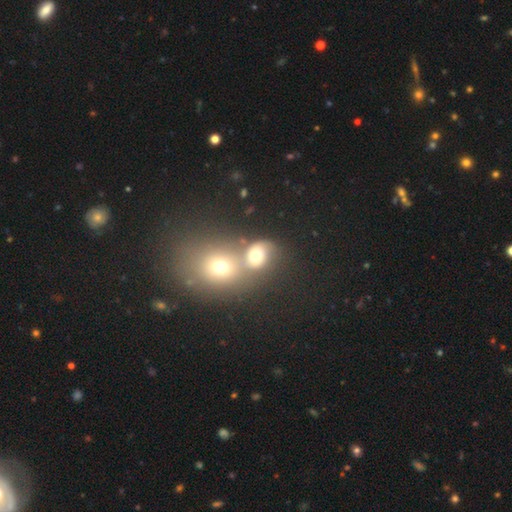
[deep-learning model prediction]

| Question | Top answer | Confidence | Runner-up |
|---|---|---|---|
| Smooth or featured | smooth | 64% | featured or disk (20%) |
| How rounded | round | 66% | in between (32%) |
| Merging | merger | 47% | none (37%) |